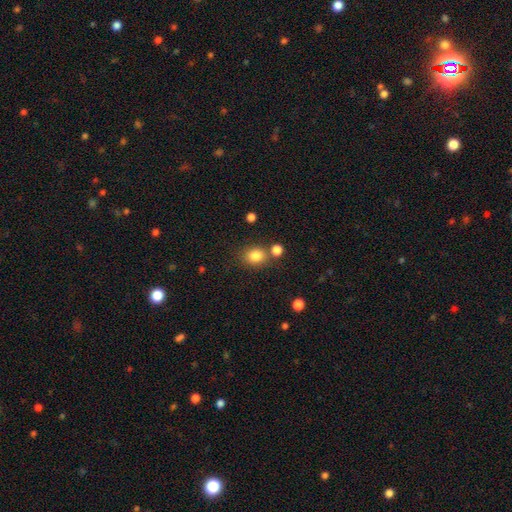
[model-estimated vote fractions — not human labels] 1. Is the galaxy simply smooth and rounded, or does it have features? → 83% smooth, 11% star or artifact, 6% featured or disk.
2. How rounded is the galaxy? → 60% round, 39% in between, 1% cigar-shaped.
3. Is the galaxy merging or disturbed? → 69% none, 15% merger, 12% minor disturbance, 4% major disturbance.